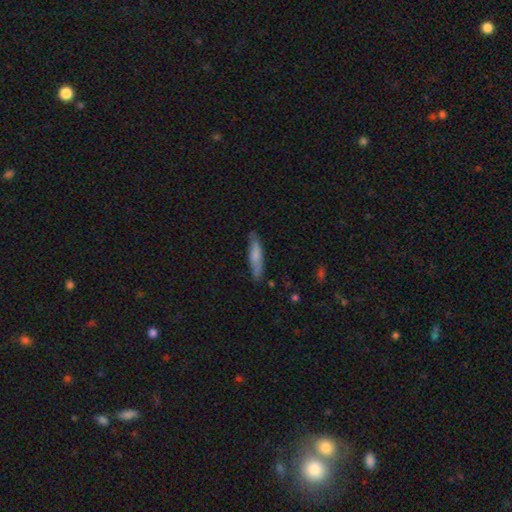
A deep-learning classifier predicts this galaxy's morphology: Smooth or featured? Predicted: smooth (p=0.73). How rounded? Predicted: cigar-shaped (p=0.81). Merging? Predicted: none (p=0.79).